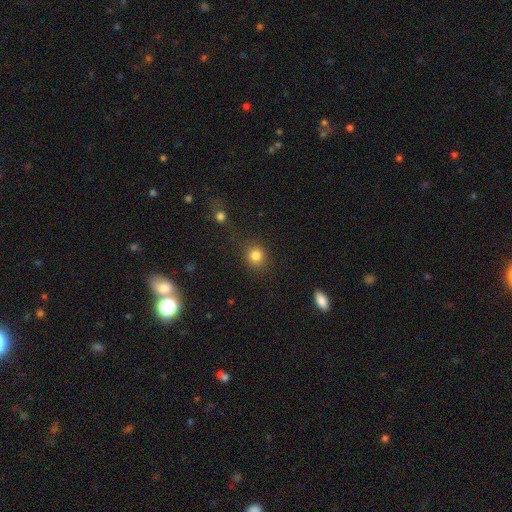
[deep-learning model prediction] Smooth or featured?
  - smooth: 83% *
  - star or artifact: 12%
  - featured or disk: 5%
How rounded?
  - round: 85% *
  - in between: 14%
  - cigar-shaped: 1%
Merging?
  - none: 80% *
  - minor disturbance: 10%
  - merger: 6%
  - major disturbance: 5%